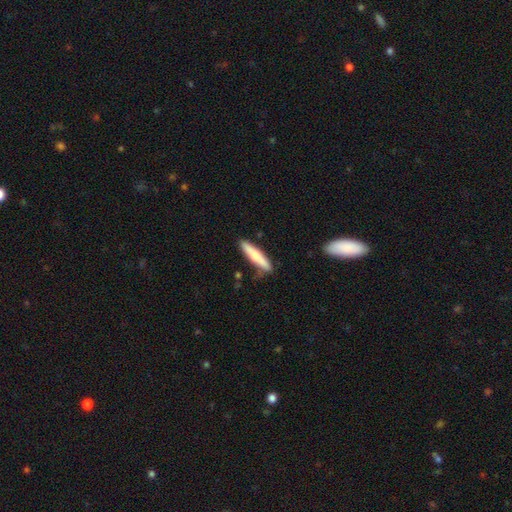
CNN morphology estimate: This appears to be a smooth galaxy with no disk features (67%) that is cigar-shaped (88%). Merging: none (81%).